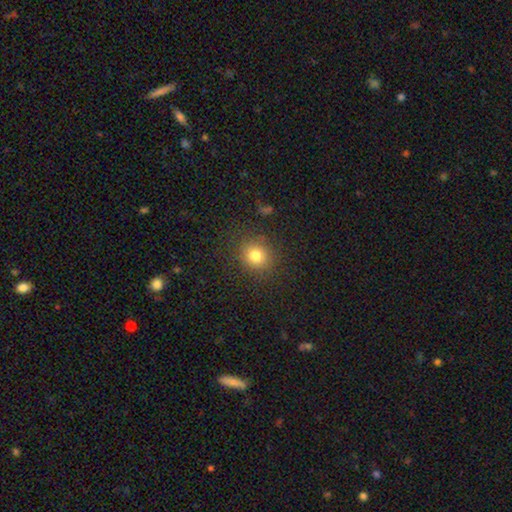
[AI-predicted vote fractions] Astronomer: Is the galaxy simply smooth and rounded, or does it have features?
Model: smooth — 80%.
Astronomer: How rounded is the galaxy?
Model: round — 85%.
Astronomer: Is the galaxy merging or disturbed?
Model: none — 86%.